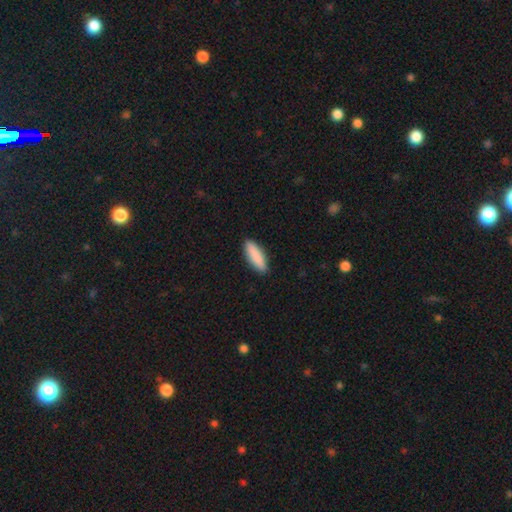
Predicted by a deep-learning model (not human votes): Overall: smooth (89%). How rounded: cigar-shaped (52%; in between 46%). Merging: none (90%).